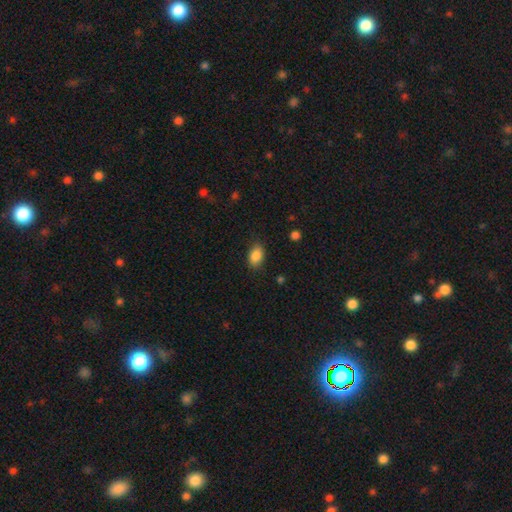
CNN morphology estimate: A smooth galaxy with no disk features (87%) that is in between round and cigar-shaped (84%).

Vote fractions:
- Smooth or featured? smooth: 87% / star or artifact: 8% / featured or disk: 5%
- How rounded? in between: 84% / round: 15% / cigar-shaped: 1%
- Merging? none: 84% / minor disturbance: 12% / major disturbance: 3% / merger: 1%